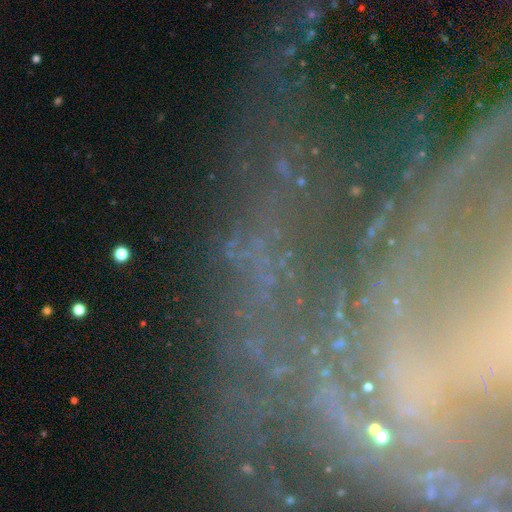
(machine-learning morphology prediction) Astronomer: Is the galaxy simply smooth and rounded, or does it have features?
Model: featured or disk — 62%.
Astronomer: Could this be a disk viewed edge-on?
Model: no — 88%.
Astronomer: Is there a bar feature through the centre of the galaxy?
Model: no — 42% (runner-up: strong, 30%).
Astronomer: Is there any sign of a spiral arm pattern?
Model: yes — 83%.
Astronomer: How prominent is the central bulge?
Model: small — 49% (runner-up: moderate, 30%).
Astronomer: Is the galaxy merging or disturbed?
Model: none — 70%.